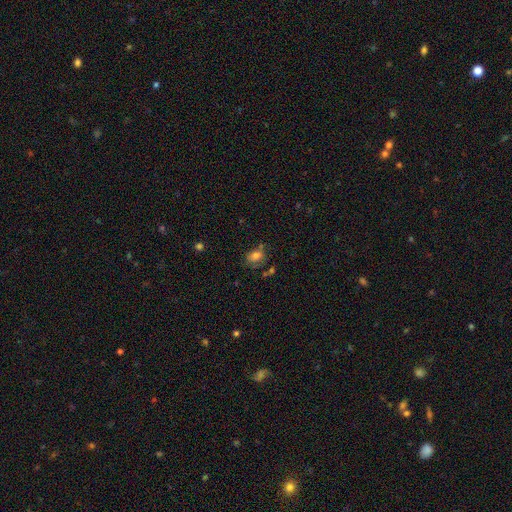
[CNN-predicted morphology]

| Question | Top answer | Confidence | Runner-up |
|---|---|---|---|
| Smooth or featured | smooth | 70% | featured or disk (17%) |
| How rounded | in between | 67% | round (32%) |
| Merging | none | 54% | minor disturbance (23%) |